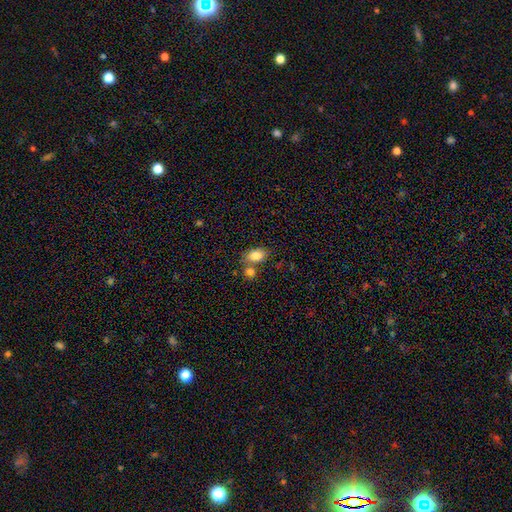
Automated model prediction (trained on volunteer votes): Smooth or featured?
  - smooth: 84% *
  - star or artifact: 9%
  - featured or disk: 8%
How rounded?
  - in between: 78% *
  - round: 20%
  - cigar-shaped: 2%
Merging?
  - none: 55% *
  - merger: 29%
  - minor disturbance: 12%
  - major disturbance: 4%